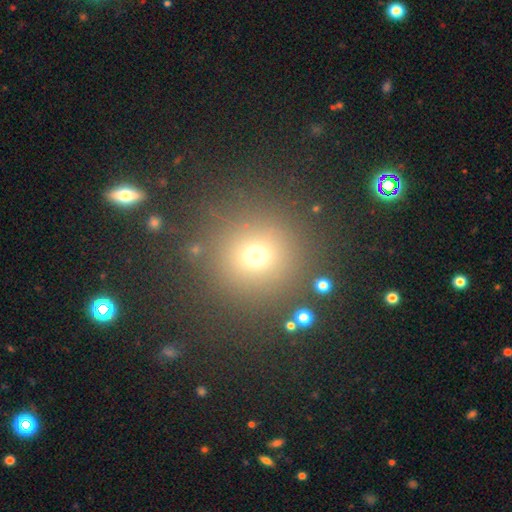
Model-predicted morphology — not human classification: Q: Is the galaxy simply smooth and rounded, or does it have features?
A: smooth — 67%.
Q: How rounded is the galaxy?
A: round — 94%.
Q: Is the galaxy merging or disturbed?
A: none — 86%.